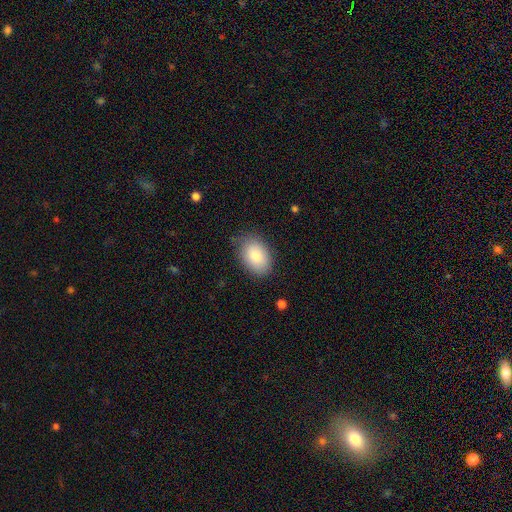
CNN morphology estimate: This appears to be a smooth galaxy with no disk features (85%) that is in between round and cigar-shaped (86%). Merging: none (77%).